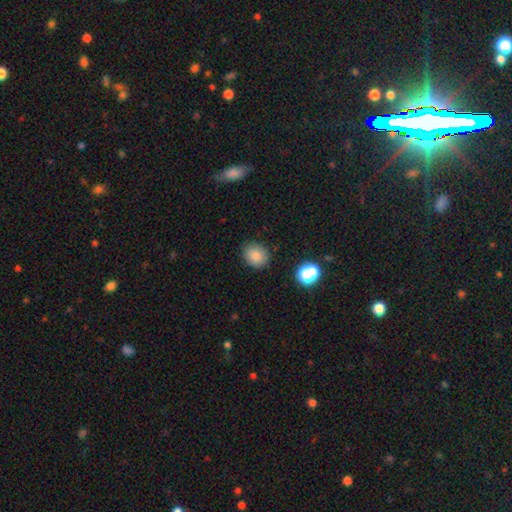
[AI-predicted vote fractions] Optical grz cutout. It shows a smooth galaxy with no disk features (83%) that is round (69%). Merging: none (85%).